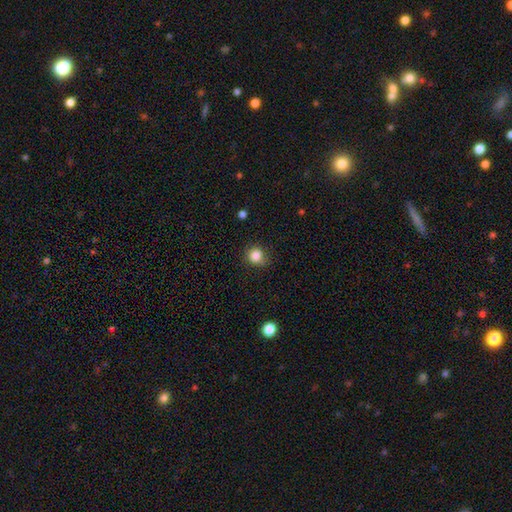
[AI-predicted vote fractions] smooth_or_featured: smooth (p=0.85) [alt: star or artifact p=0.10]
how_rounded: round (p=0.83) [alt: in between p=0.16]
merging: none (p=0.75) [alt: minor disturbance p=0.19]